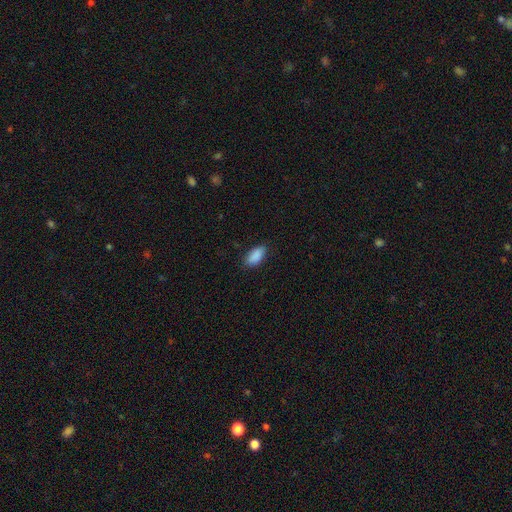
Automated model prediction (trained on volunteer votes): This is clearly a smooth galaxy (90%). How rounded: clearly in between (91%). Merging: clearly none (83%).